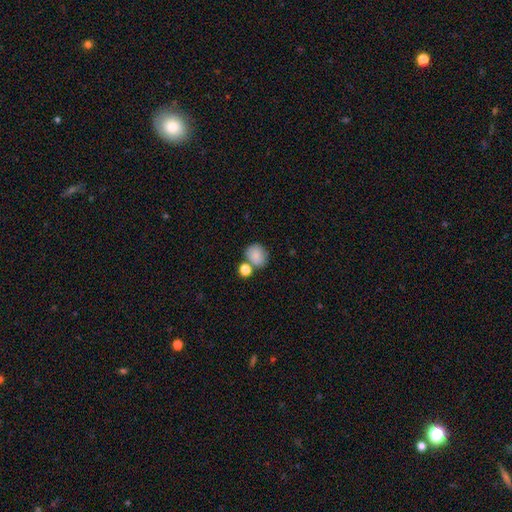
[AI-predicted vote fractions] smooth 82%, star or artifact 9%, featured or disk 9%. Down the decision tree: how rounded — round (68%); merging — none (58%).